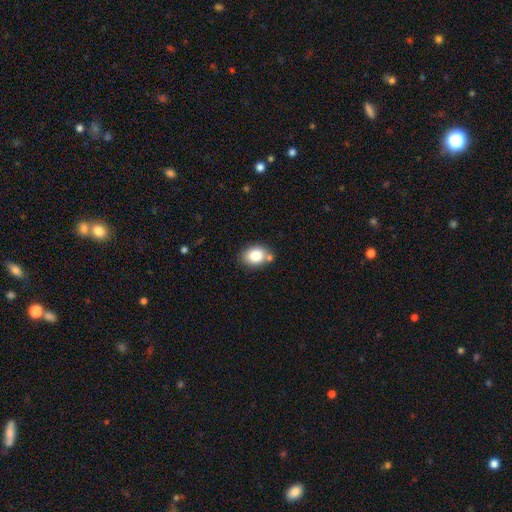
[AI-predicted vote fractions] Smooth or featured?
  - smooth: 82% *
  - star or artifact: 9%
  - featured or disk: 9%
How rounded?
  - in between: 58% *
  - round: 41%
  - cigar-shaped: 1%
Merging?
  - none: 70% *
  - minor disturbance: 14%
  - merger: 13%
  - major disturbance: 3%